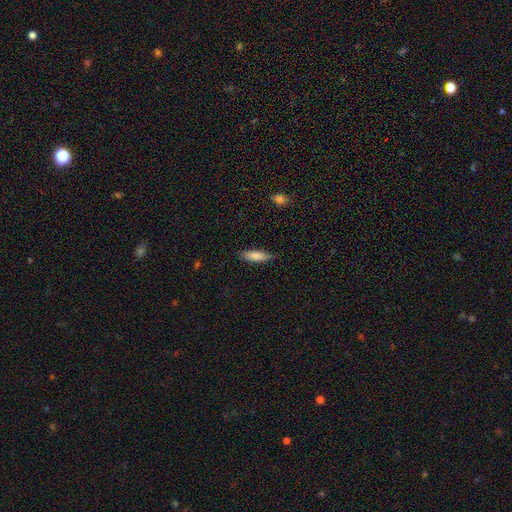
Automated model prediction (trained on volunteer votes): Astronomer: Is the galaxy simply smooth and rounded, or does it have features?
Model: smooth — 82%.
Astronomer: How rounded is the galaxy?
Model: cigar-shaped — 54% (runner-up: in between, 44%).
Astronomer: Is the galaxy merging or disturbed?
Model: none — 83%.